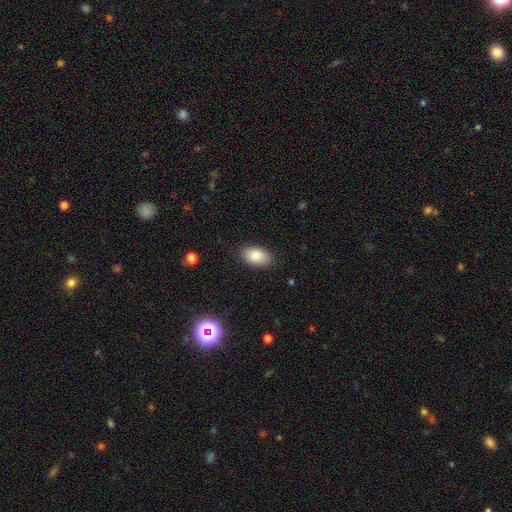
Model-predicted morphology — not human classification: Smooth or featured: smooth — 86% (star or artifact — 7%)
How rounded: in between — 92% (round — 6%)
Merging: none — 84% (minor disturbance — 12%)